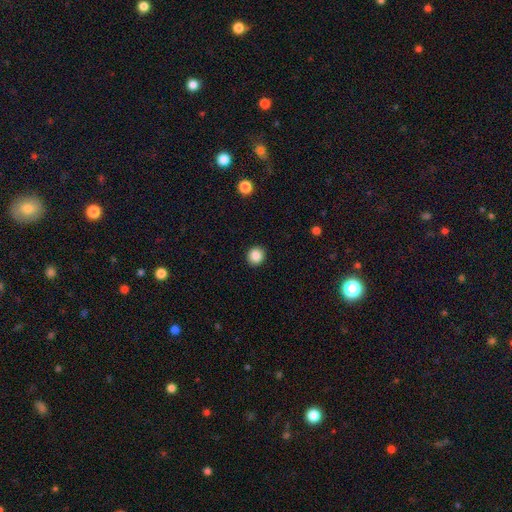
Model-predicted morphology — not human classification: smooth 87%, star or artifact 10%, featured or disk 3%. Down the decision tree: how rounded — round (91%); merging — none (92%).